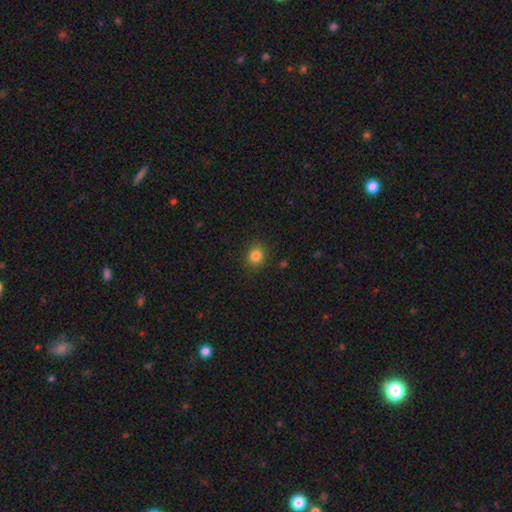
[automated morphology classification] This appears to be a smooth galaxy with no disk features (83%) that is round (79%). Merging: none (87%).